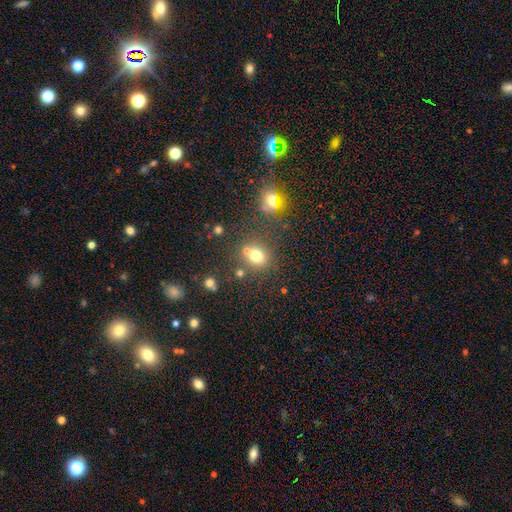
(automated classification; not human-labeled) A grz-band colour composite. It shows a smooth galaxy with no disk features (72%) that is round (75%). Merging: none (63%).